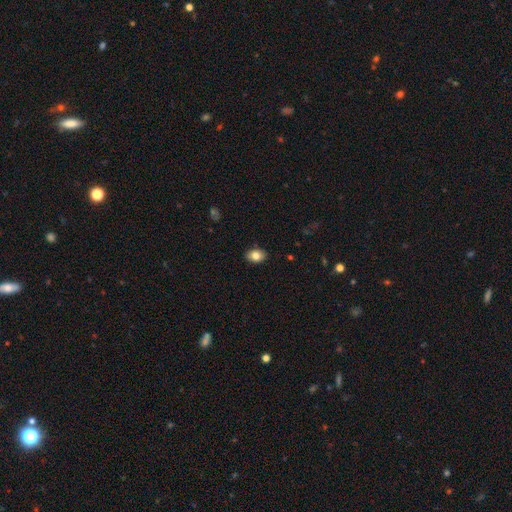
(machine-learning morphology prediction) Smooth or featured: smooth — 82% (featured or disk — 10%)
How rounded: in between — 78% (round — 20%)
Merging: none — 87% (minor disturbance — 10%)